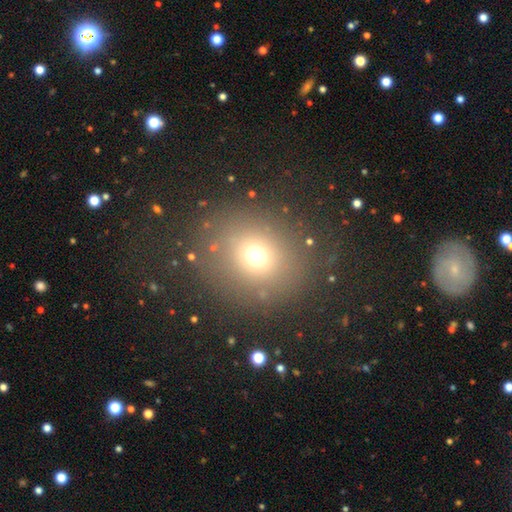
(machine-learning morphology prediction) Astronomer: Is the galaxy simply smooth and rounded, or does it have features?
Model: smooth — 66%.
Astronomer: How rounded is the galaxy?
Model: round — 83%.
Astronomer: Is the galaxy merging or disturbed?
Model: none — 82%.